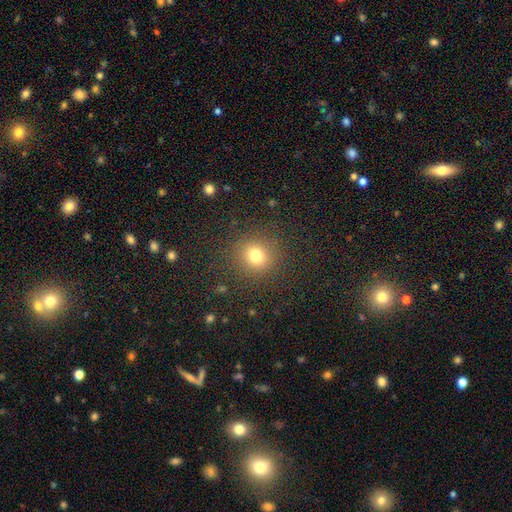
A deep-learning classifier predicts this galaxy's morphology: A smooth galaxy with no disk features (77%) that is round (88%). Merging: none (87%).